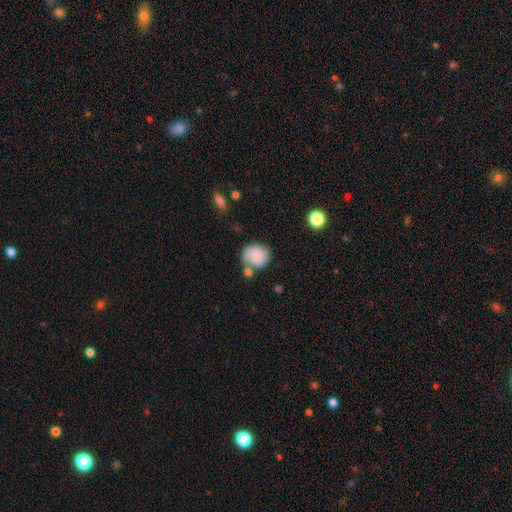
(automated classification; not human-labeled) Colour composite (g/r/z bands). It shows a smooth galaxy with no disk features (62%) that is round (77%). Merging: none (52%).